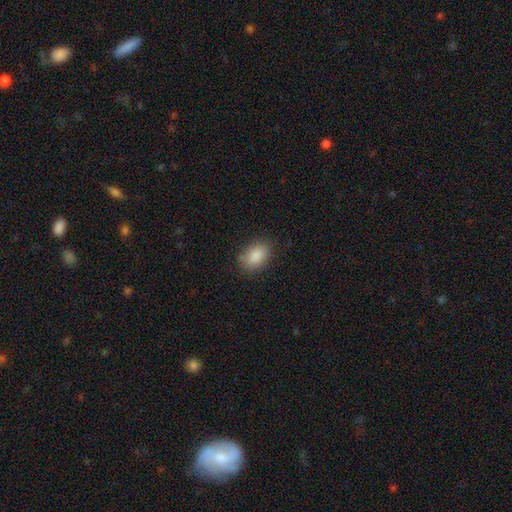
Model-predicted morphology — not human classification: Smooth or featured: smooth — 88% (star or artifact — 8%)
How rounded: in between — 83% (round — 16%)
Merging: none — 81% (minor disturbance — 14%)